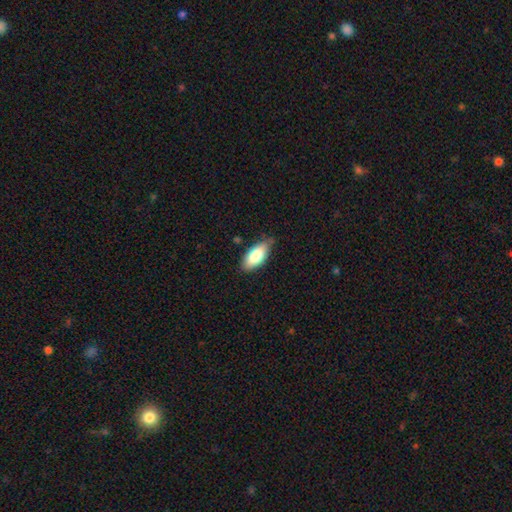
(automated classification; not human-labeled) smooth 80%, featured or disk 14%, star or artifact 6%. Down the decision tree: how rounded — in between (88%); merging — none (75%).